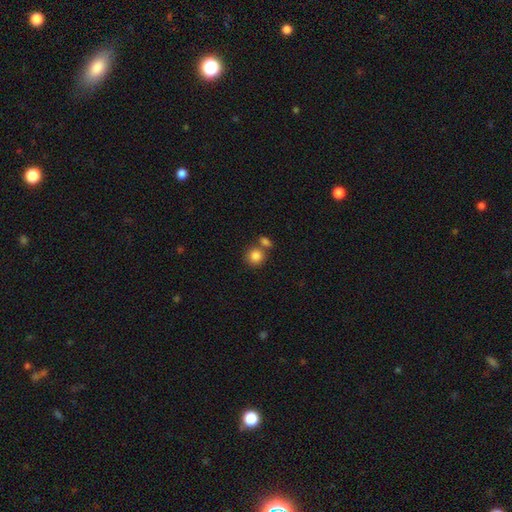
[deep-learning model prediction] A smooth galaxy with no disk features (85%) that is round (85%). Merging: none (57%).